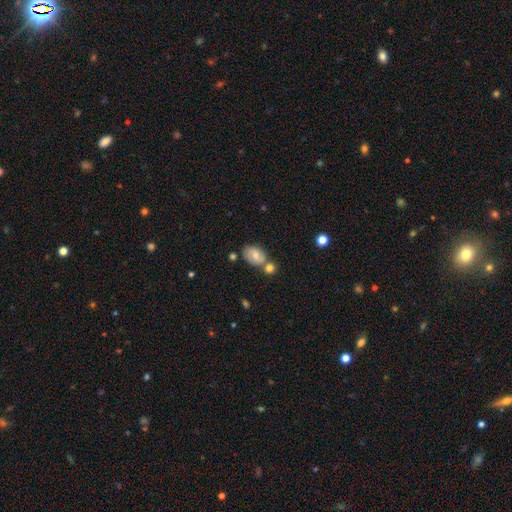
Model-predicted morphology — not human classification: This is likely a smooth galaxy (64%). How rounded: likely in between (75%). Merging: possibly none (54%).